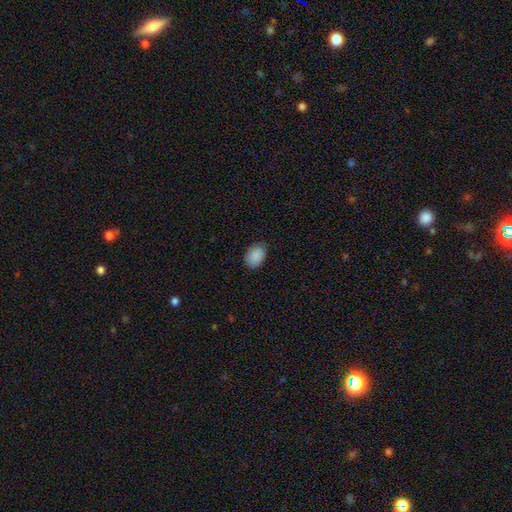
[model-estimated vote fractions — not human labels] smooth_or_featured: smooth (p=0.90) [alt: star or artifact p=0.07]
how_rounded: in between (p=0.74) [alt: round p=0.25]
merging: none (p=0.80) [alt: minor disturbance p=0.16]